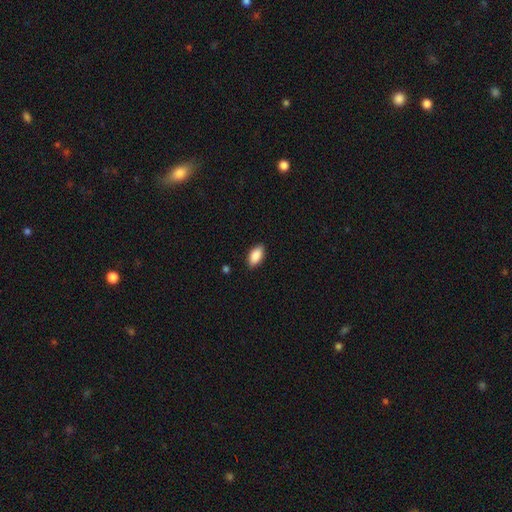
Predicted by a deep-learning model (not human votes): smooth_or_featured: smooth (p=0.89) [alt: star or artifact p=0.06]
how_rounded: in between (p=0.92) [alt: cigar-shaped p=0.05]
merging: none (p=0.88) [alt: minor disturbance p=0.09]